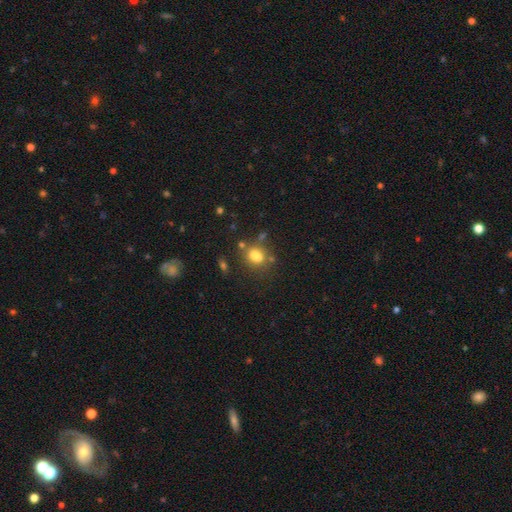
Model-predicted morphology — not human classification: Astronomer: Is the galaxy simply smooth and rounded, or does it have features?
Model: smooth — 76%.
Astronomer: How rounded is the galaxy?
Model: in between — 56% (runner-up: round, 42%).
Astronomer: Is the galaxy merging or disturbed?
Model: none — 61%.